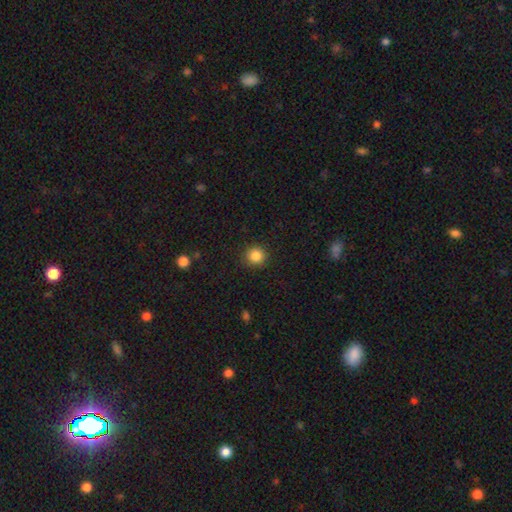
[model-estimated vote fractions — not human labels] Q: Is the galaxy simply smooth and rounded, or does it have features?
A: smooth — 85%.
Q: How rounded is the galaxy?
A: round — 93%.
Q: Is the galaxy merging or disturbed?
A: none — 90%.